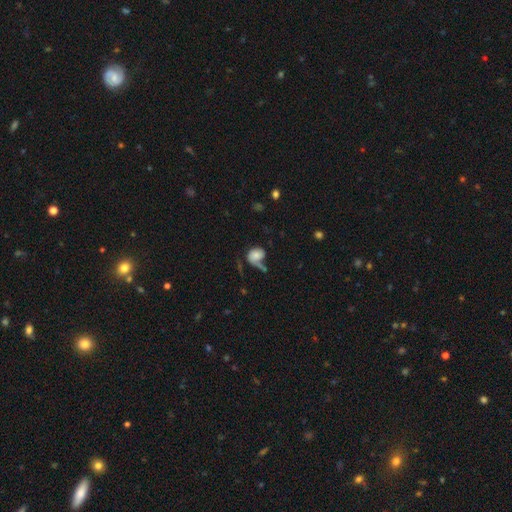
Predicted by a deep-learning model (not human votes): A smooth galaxy with no disk features (64%) that is in between round and cigar-shaped (55%). Merging: none (34%).